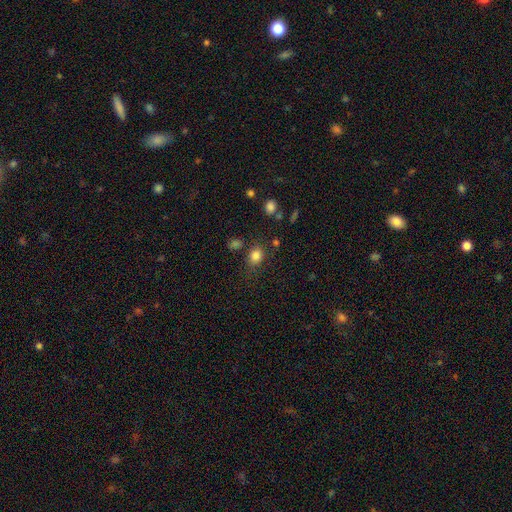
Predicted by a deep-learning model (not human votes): Smooth or featured?
  - smooth: 82% *
  - star or artifact: 13%
  - featured or disk: 6%
How rounded?
  - round: 55% *
  - in between: 44%
  - cigar-shaped: 1%
Merging?
  - none: 72% *
  - minor disturbance: 16%
  - major disturbance: 6%
  - merger: 6%